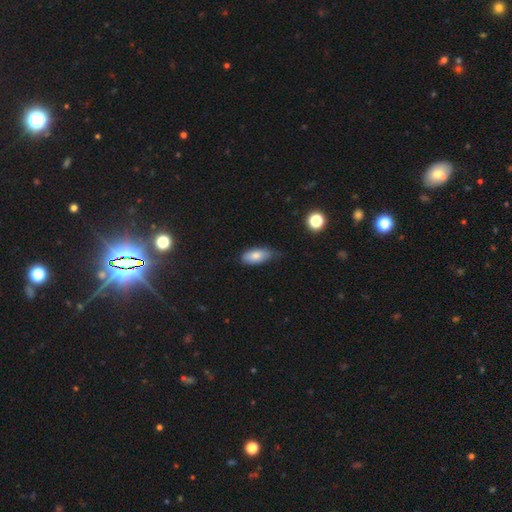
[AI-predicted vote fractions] smooth 79%, featured or disk 14%, star or artifact 8%. Down the decision tree: how rounded — in between (89%); merging — none (58%).